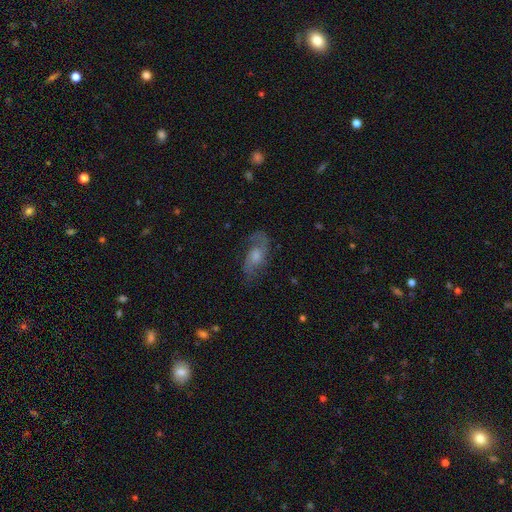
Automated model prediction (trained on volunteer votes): This is likely a featured or disk galaxy (74%). It is clearly not viewed edge-on (93%). Bar: likely no (60%). Spiral arm pattern: clearly yes (93%). Spiral arm count: clearly 2 (85%). Spiral winding: possibly medium (47%). Central bulge: possibly moderate (49%). Merging: likely none (74%).